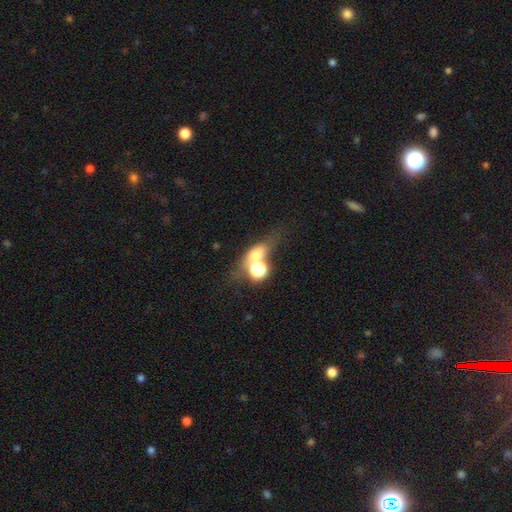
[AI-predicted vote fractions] Smooth or featured? Predicted: smooth (p=0.60). How rounded? Predicted: in between (p=0.47). Merging? Predicted: none (p=0.40, tied with merger).